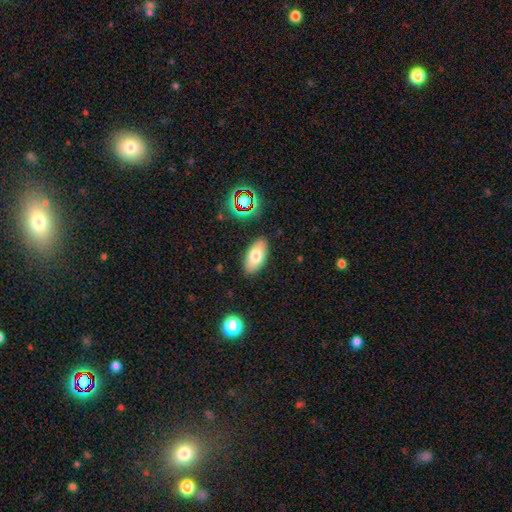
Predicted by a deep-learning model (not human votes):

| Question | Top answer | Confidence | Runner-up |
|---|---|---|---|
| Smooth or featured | smooth | 73% | featured or disk (18%) |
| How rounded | in between | 91% | cigar-shaped (5%) |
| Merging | none | 86% | minor disturbance (10%) |